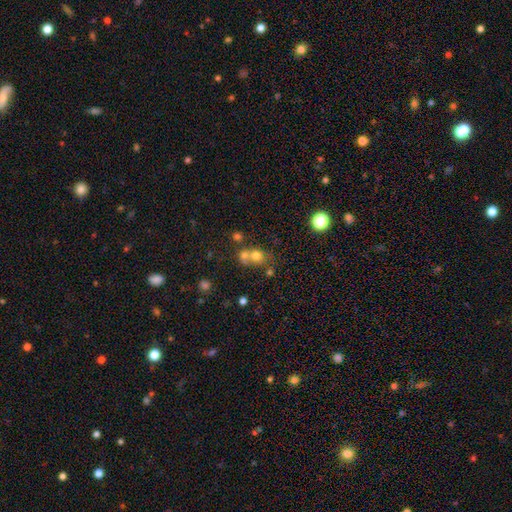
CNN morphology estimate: smooth 68%, star or artifact 17%, featured or disk 14%. Down the decision tree: how rounded — round (78%); merging — merger (52%).